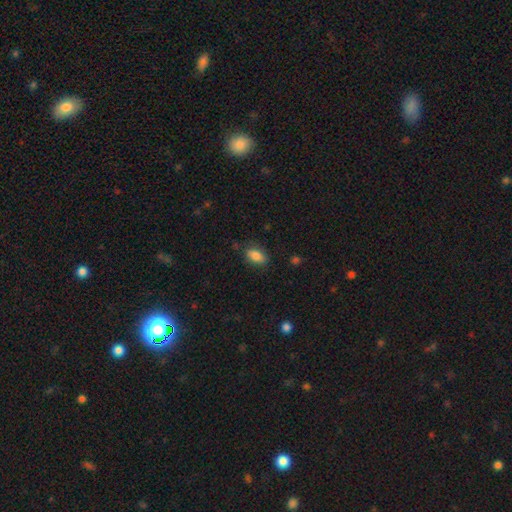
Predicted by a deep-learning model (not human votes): Overall: smooth (85%). How rounded: in between (89%). Merging: none (80%).